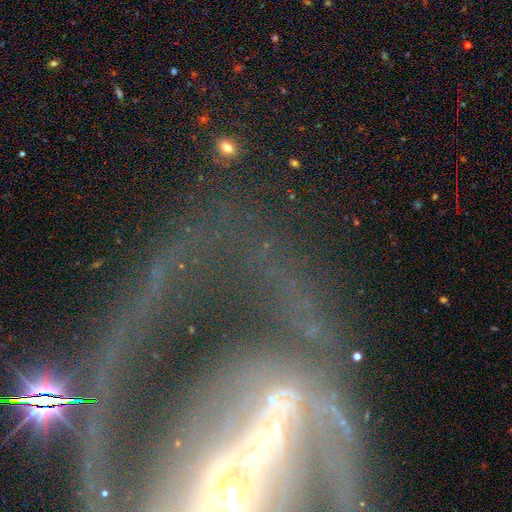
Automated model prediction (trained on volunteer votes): Smooth or featured?
  - featured or disk: 75% *
  - star or artifact: 14%
  - smooth: 10%
Edge-on disk?
  - no: 86% *
  - yes: 14%
Bar?
  - strong: 59% *
  - no: 21%
  - weak: 21%
Spiral arms?
  - yes: 70% *
  - no: 30%
Bulge size?
  - moderate: 40% *
  - small: 31%
  - large: 14%
  - none: 9%
  - dominant: 6%
Merging?
  - none: 44% *
  - major disturbance: 34%
  - minor disturbance: 13%
  - merger: 10%